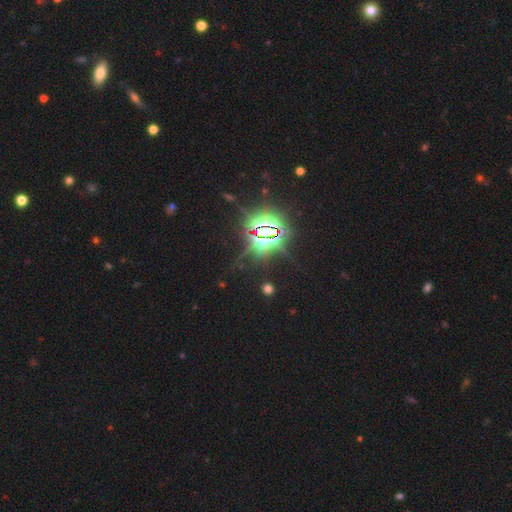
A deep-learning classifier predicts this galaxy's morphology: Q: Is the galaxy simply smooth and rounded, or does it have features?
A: star or artifact — 79%.